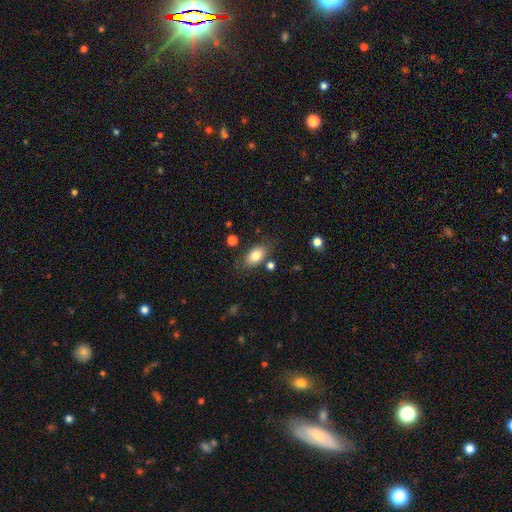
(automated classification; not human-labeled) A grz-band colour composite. It shows a smooth galaxy with no disk features (81%) that is in between round and cigar-shaped (90%). Merging: none (77%).